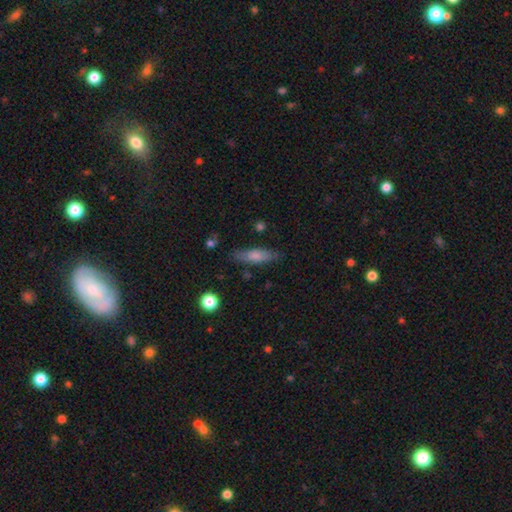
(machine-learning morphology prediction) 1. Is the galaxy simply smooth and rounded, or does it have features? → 70% smooth, 23% featured or disk, 7% star or artifact.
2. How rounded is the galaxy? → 51% cigar-shaped, 47% in between, 2% round.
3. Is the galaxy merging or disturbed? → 77% none, 17% minor disturbance, 4% major disturbance, 2% merger.